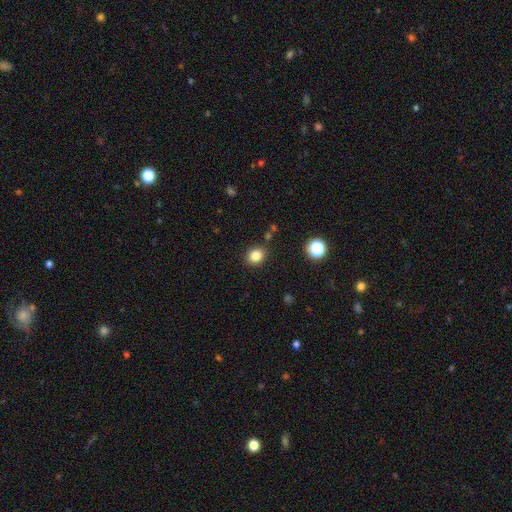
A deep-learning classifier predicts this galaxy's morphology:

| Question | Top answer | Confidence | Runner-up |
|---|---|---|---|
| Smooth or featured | smooth | 83% | star or artifact (12%) |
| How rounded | round | 68% | in between (31%) |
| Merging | none | 86% | minor disturbance (9%) |